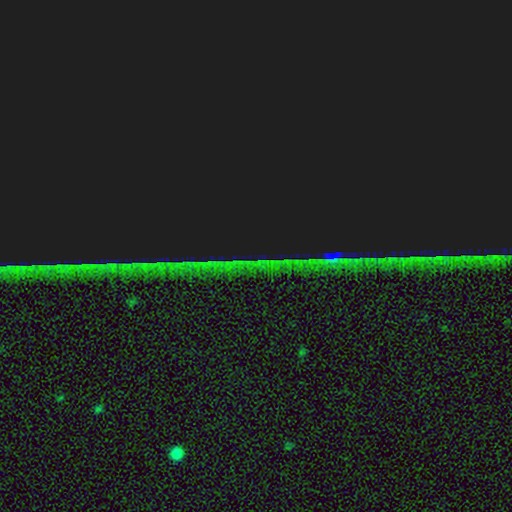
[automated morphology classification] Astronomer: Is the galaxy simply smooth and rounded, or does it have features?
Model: star or artifact — 86%.